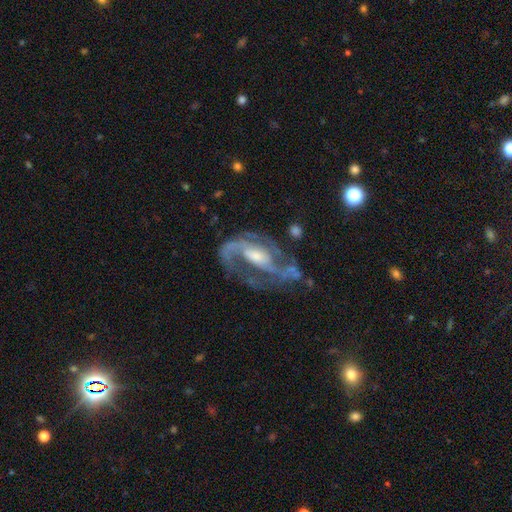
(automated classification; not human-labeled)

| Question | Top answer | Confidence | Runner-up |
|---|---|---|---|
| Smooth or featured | featured or disk | 90% | star or artifact (5%) |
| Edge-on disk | no | 97% | yes (3%) |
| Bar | weak | 43% | no (31%) |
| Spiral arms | yes | 96% | no (4%) |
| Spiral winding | medium | 55% | tight (26%) |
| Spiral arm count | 2 | 72% | 3 (10%) |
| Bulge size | moderate | 52% | small (32%) |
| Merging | none | 59% | minor disturbance (20%) |